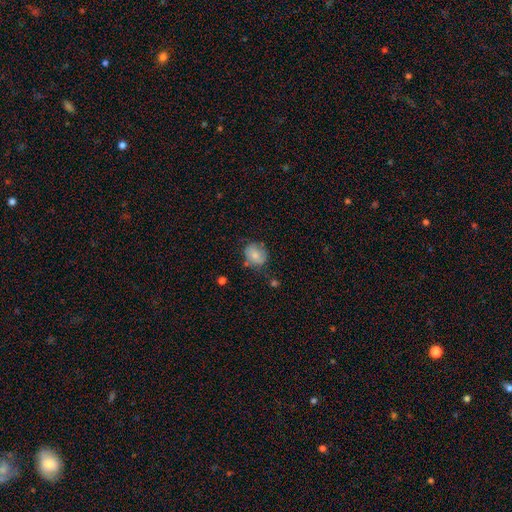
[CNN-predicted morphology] A smooth galaxy with no disk features (71%) that is round (62%).

Vote fractions:
- Smooth or featured? smooth: 71% / featured or disk: 20% / star or artifact: 8%
- How rounded? round: 62% / in between: 37% / cigar-shaped: 1%
- Merging? none: 62% / minor disturbance: 26% / major disturbance: 7% / merger: 4%